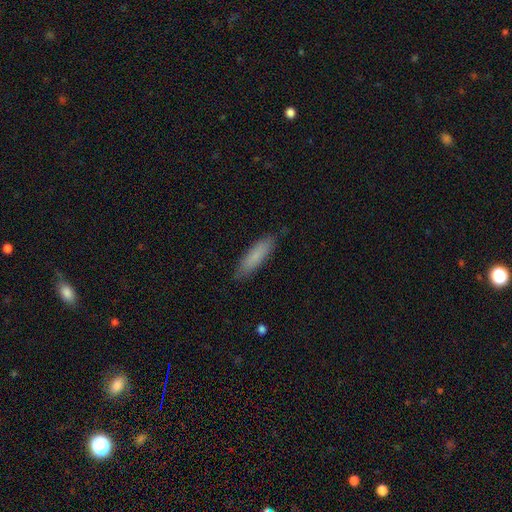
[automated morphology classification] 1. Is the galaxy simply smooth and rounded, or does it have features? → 83% smooth, 11% featured or disk, 6% star or artifact.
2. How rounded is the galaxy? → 71% cigar-shaped, 28% in between, 1% round.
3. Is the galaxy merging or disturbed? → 85% none, 11% minor disturbance, 2% major disturbance, 1% merger.